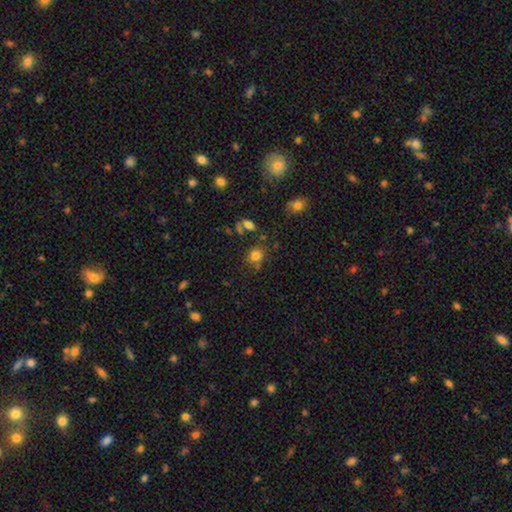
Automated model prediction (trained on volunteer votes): The model was most divided on "how rounded": round: 76%, in between: 23%, cigar-shaped: 1%. More confident: smooth or featured — smooth (80%); merging — none (74%).